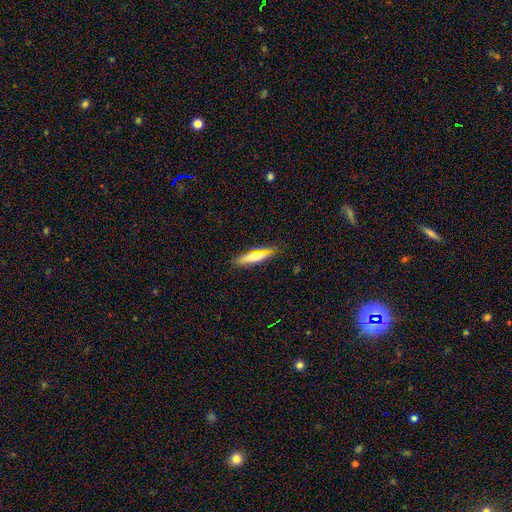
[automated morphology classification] A smooth galaxy with no disk features (59%) that is cigar-shaped (67%).

Vote fractions:
- Smooth or featured? smooth: 59% / featured or disk: 32% / star or artifact: 9%
- How rounded? cigar-shaped: 67% / in between: 30% / round: 3%
- Merging? none: 85% / minor disturbance: 11% / major disturbance: 2% / merger: 1%